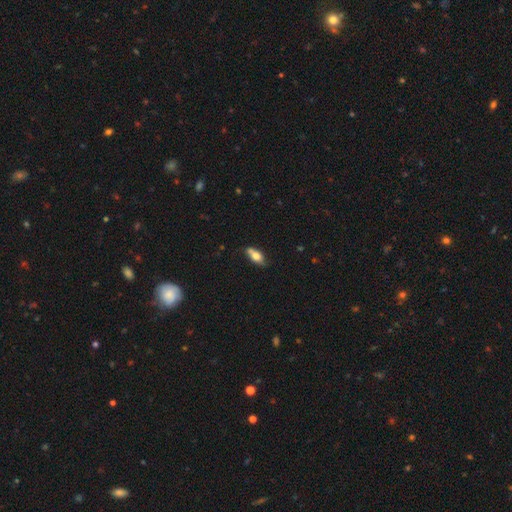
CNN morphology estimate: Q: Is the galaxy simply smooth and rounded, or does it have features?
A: smooth — 68%.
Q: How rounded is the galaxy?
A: in between — 80%.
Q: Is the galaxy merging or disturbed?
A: none — 57%.